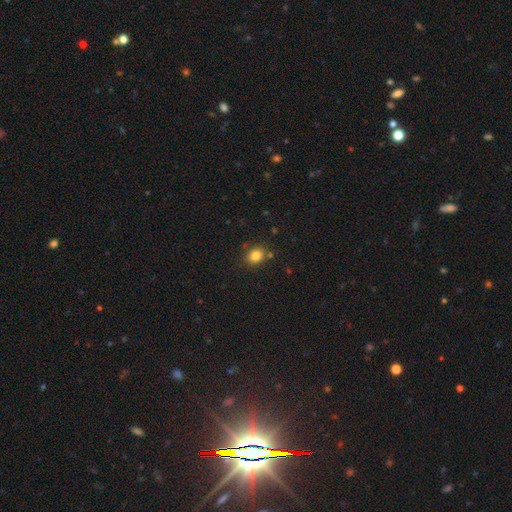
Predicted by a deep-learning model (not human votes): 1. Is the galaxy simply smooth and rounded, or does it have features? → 83% smooth, 11% star or artifact, 6% featured or disk.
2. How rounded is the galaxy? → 56% round, 43% in between, 1% cigar-shaped.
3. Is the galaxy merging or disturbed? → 80% none, 12% minor disturbance, 5% merger, 3% major disturbance.